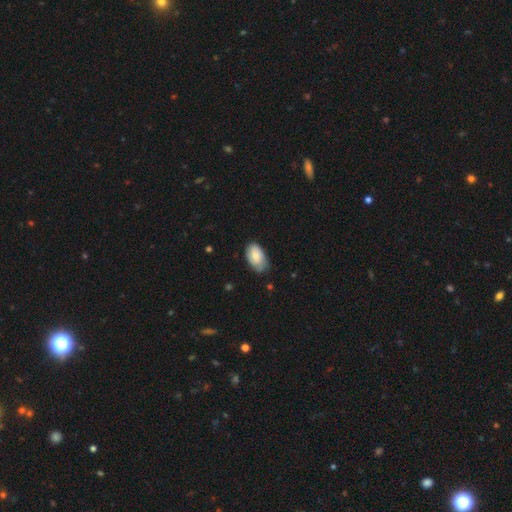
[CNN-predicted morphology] The model was most divided on "merging": none: 60%, minor disturbance: 33%, major disturbance: 5%, merger: 2%. More confident: how rounded — in between (93%); smooth or featured — smooth (75%).